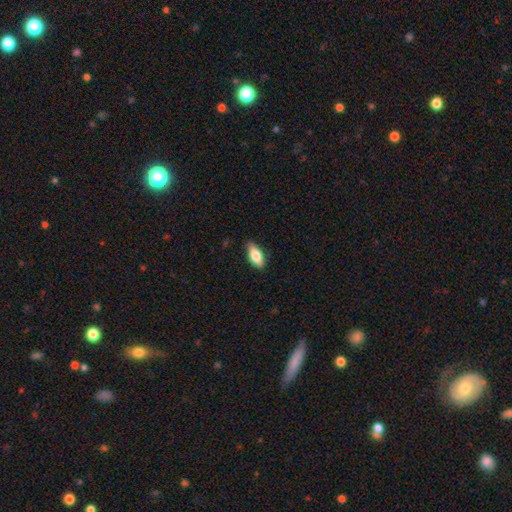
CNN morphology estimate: Smooth or featured?
  - smooth: 73% *
  - featured or disk: 20%
  - star or artifact: 7%
How rounded?
  - in between: 82% *
  - cigar-shaped: 15%
  - round: 3%
Merging?
  - none: 82% *
  - minor disturbance: 14%
  - major disturbance: 2%
  - merger: 1%